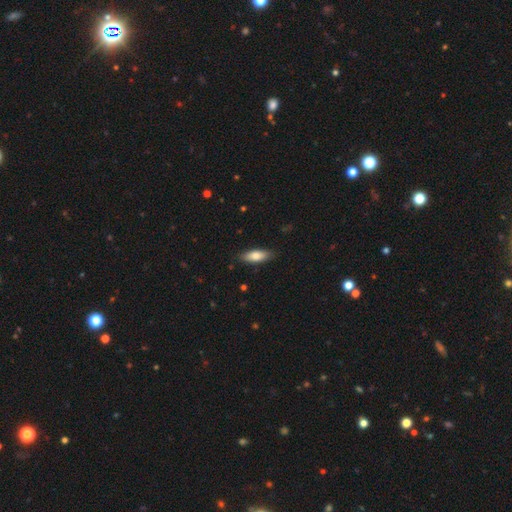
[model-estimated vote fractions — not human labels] smooth_or_featured: smooth (p=0.78) [alt: featured or disk p=0.16]
how_rounded: in between (p=0.66) [alt: cigar-shaped p=0.32]
merging: none (p=0.87) [alt: minor disturbance p=0.10]